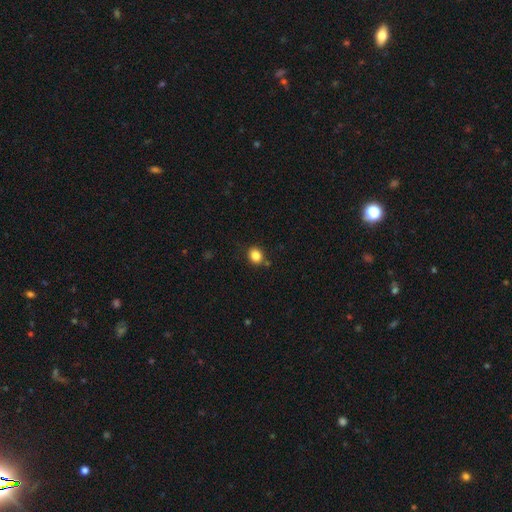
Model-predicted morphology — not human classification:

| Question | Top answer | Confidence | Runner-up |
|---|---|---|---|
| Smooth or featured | smooth | 84% | star or artifact (11%) |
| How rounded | round | 66% | in between (33%) |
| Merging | none | 81% | minor disturbance (12%) |